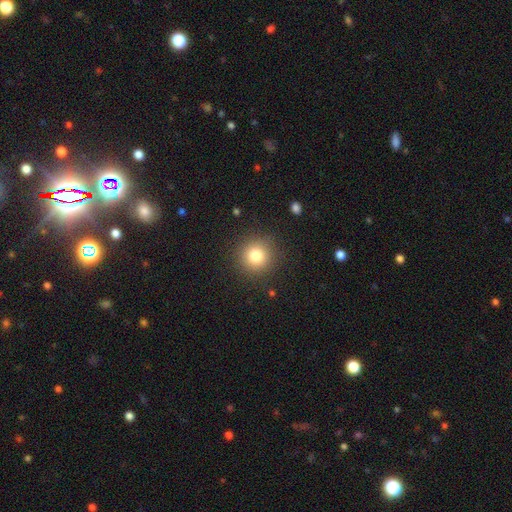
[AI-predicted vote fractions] Smooth or featured: smooth — 80% (star or artifact — 12%)
How rounded: round — 93% (in between — 6%)
Merging: none — 89% (minor disturbance — 7%)